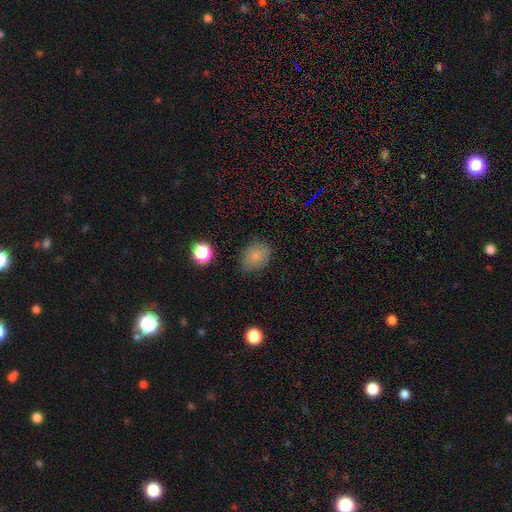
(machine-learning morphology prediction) The model was most divided on "how rounded": in between: 58%, round: 41%, cigar-shaped: 1%. More confident: smooth or featured — smooth (79%); merging — none (78%).